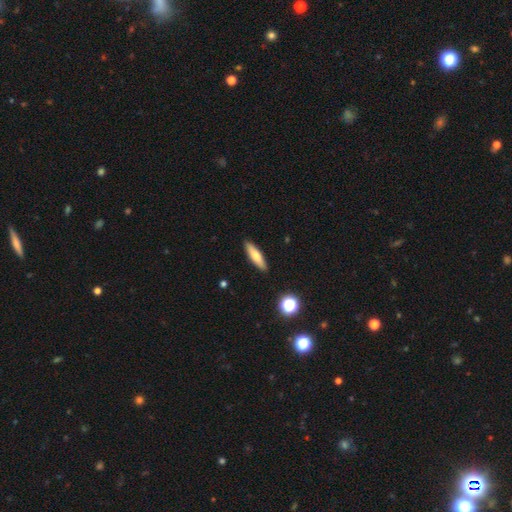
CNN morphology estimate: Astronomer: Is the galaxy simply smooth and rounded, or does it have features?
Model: smooth — 66%.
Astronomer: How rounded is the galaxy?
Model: cigar-shaped — 71%.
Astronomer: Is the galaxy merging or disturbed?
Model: none — 89%.